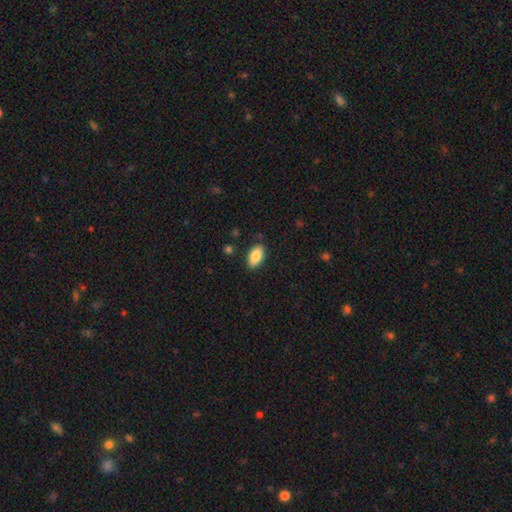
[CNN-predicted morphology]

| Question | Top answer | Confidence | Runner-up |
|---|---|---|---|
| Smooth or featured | smooth | 85% | featured or disk (8%) |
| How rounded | in between | 92% | cigar-shaped (4%) |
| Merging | none | 85% | minor disturbance (11%) |